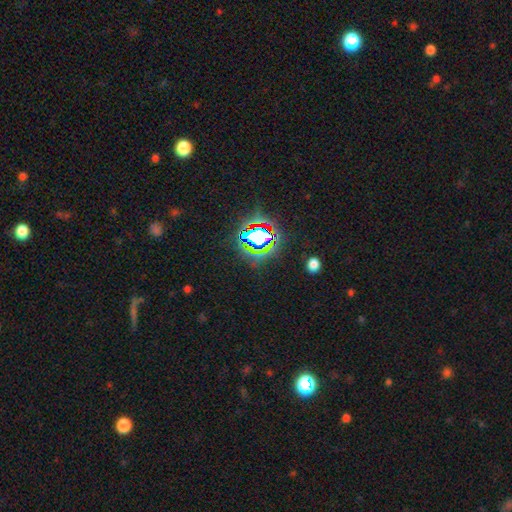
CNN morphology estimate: Smooth or featured? Predicted: star or artifact (p=0.81).